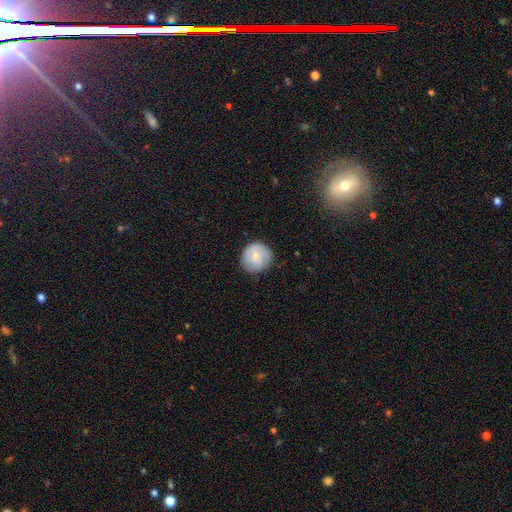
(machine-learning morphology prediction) smooth-or-featured: smooth: 68% | featured or disk: 25% | star or artifact: 7%
  how-rounded: round: 93% | in between: 6% | cigar-shaped: 1%
  merging: none: 82% | minor disturbance: 14% | major disturbance: 3% | merger: 1%